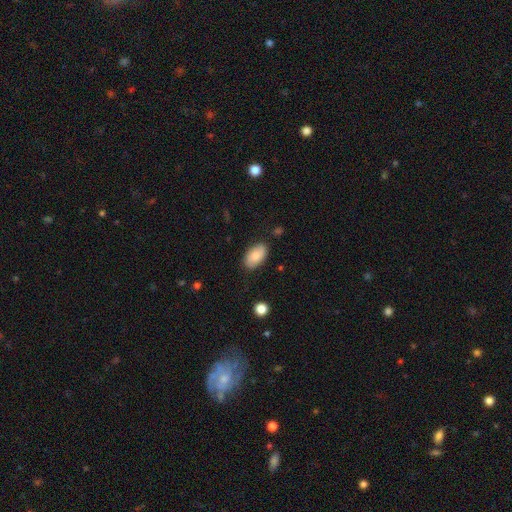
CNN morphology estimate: A smooth galaxy with no disk features (80%) that is in between round and cigar-shaped (94%).

Vote fractions:
- Smooth or featured? smooth: 80% / featured or disk: 13% / star or artifact: 7%
- How rounded? in between: 94% / round: 4% / cigar-shaped: 2%
- Merging? none: 84% / minor disturbance: 12% / major disturbance: 3% / merger: 1%